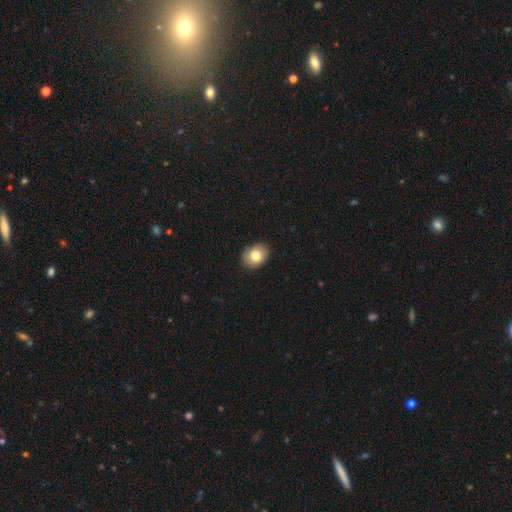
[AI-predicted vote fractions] This is clearly a smooth galaxy (80%). How rounded: likely in between (65%). Merging: clearly none (88%).